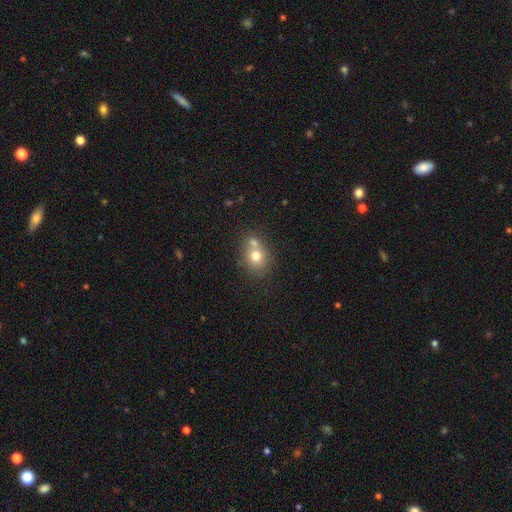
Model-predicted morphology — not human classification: type=smooth (72%); roundness=round (64%); merging=none (46%).